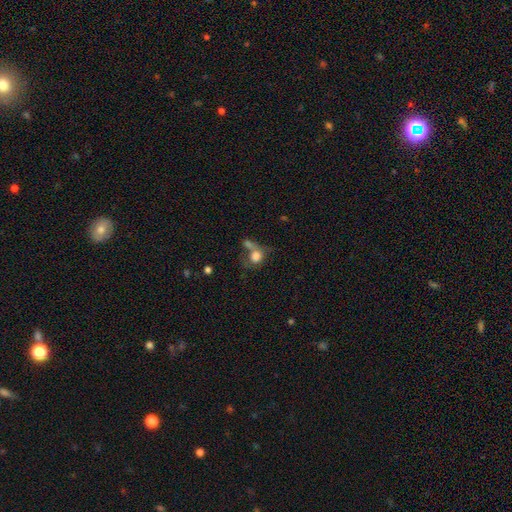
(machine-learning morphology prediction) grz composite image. It shows a smooth galaxy with no disk features (72%) that is round (58%). Merging: merger (42%).